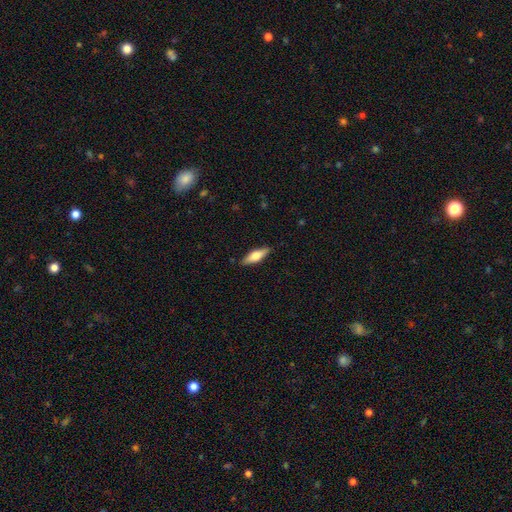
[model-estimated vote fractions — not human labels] Overall: smooth (58%; featured or disk 36%). How rounded: in between (50%; cigar-shaped 48%). Merging: none (88%).